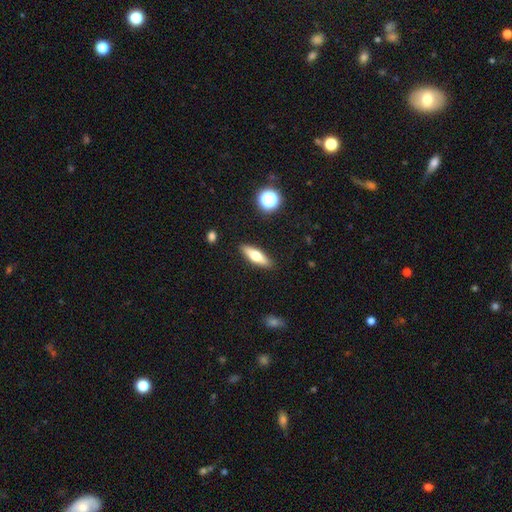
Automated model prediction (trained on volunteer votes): This is possibly a smooth galaxy (58%). How rounded: possibly cigar-shaped (51%). Merging: clearly none (89%).